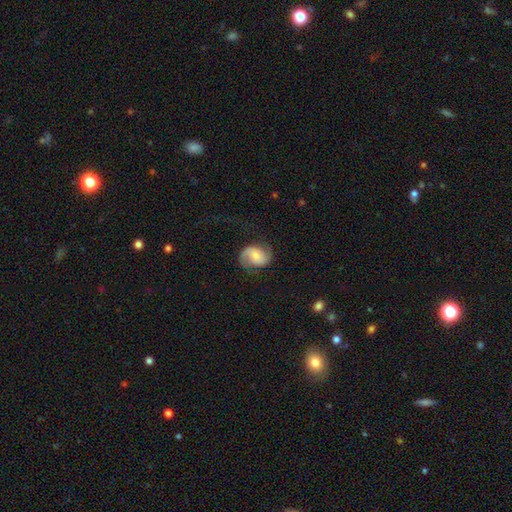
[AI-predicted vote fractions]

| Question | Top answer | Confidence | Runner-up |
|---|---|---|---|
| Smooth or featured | featured or disk | 64% | smooth (29%) |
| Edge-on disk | no | 98% | yes (2%) |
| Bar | no | 45% | weak (40%) |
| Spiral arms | yes | 93% | no (7%) |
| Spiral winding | medium | 43% | loose (37%) |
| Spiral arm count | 2 | 87% | 1 (5%) |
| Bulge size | small | 41% | moderate (39%) |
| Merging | none | 68% | minor disturbance (19%) |